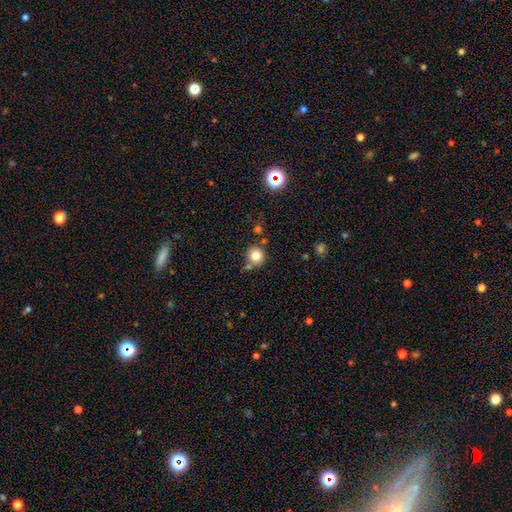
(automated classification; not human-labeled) Smooth or featured? smooth (81%)
How rounded? round (90%)
Merging? none (71%)